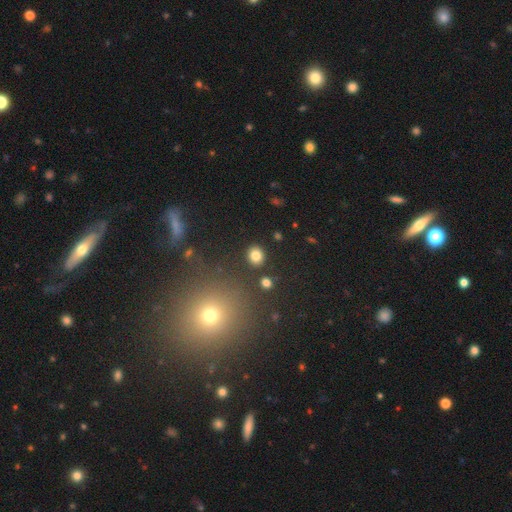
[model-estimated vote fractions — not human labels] This is clearly a smooth galaxy (82%). How rounded: likely round (72%). Merging: clearly none (88%).